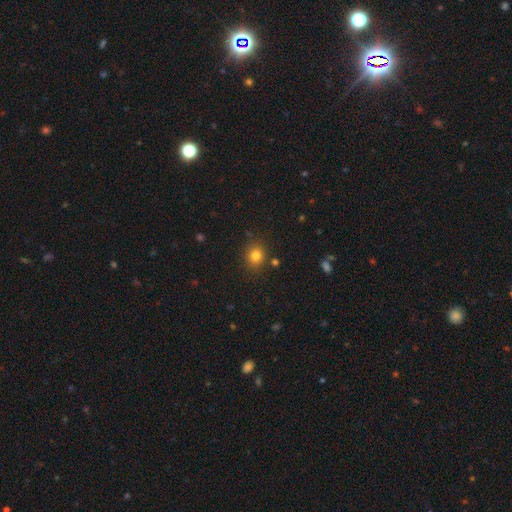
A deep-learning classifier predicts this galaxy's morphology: Smooth or featured? smooth (80%)
How rounded? round (79%)
Merging? none (85%)